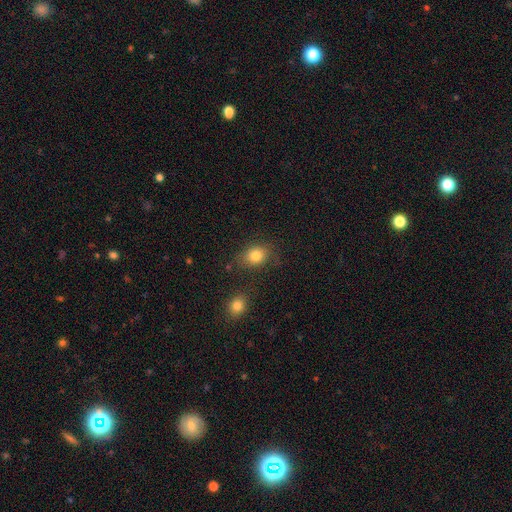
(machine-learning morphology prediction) Overall: smooth (82%). How rounded: in between (52%; round 46%). Merging: none (74%).